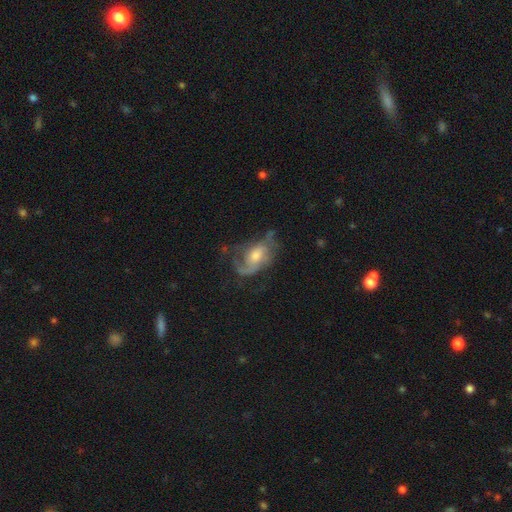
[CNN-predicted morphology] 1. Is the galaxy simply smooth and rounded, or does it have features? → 64% featured or disk, 20% smooth, 16% star or artifact.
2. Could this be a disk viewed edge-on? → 94% no, 6% yes.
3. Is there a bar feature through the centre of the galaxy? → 67% no, 26% weak, 7% strong.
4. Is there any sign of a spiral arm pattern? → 77% yes, 23% no.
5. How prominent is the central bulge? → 59% moderate, 26% small, 10% large, 3% none, 2% dominant.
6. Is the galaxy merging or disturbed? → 51% none, 24% major disturbance, 22% minor disturbance, 3% merger.